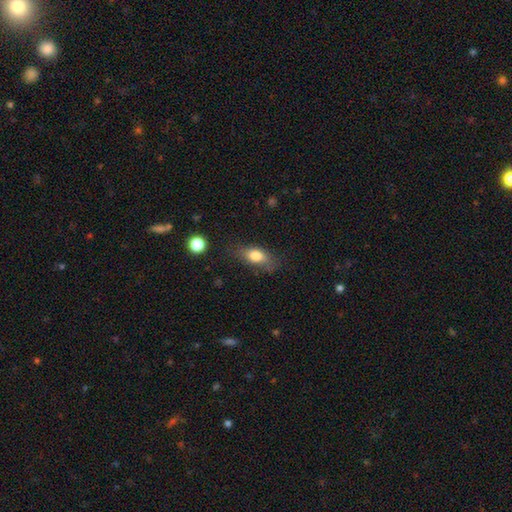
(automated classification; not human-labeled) Smooth or featured? Predicted: smooth (p=0.78). How rounded? Predicted: in between (p=0.81). Merging? Predicted: none (p=0.68).